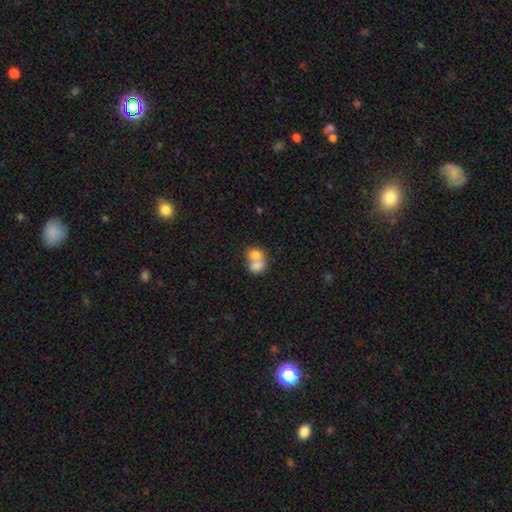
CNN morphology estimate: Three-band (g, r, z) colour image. It shows a smooth galaxy with no disk features (74%) that is round (53%). Merging: merger (72%).